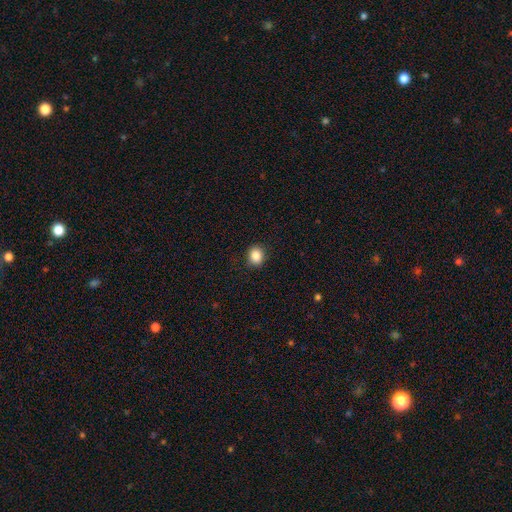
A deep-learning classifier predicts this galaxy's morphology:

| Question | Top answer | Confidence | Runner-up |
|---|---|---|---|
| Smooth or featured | smooth | 86% | star or artifact (9%) |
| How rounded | round | 63% | in between (36%) |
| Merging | none | 89% | minor disturbance (8%) |